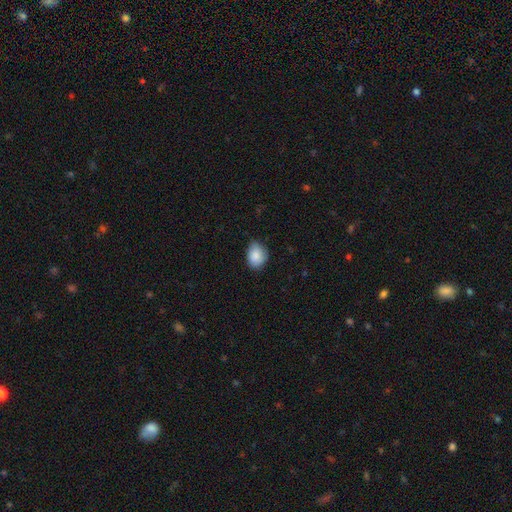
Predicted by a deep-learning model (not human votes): smooth 86%, star or artifact 7%, featured or disk 7%. Down the decision tree: how rounded — in between (58%); merging — none (67%).